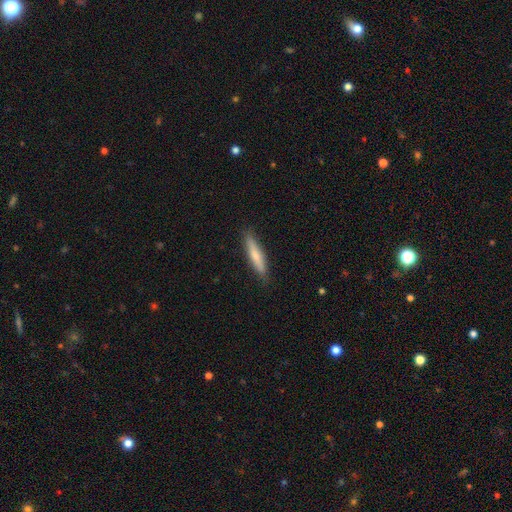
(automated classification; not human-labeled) This is likely a smooth galaxy (69%). How rounded: clearly cigar-shaped (86%). Merging: clearly none (88%).